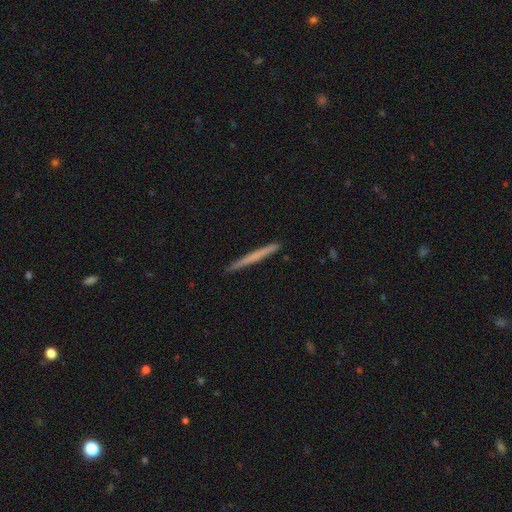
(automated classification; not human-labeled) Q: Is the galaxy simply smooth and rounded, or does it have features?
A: smooth — 58%.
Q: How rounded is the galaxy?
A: cigar-shaped — 97%.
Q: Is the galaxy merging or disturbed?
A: none — 92%.